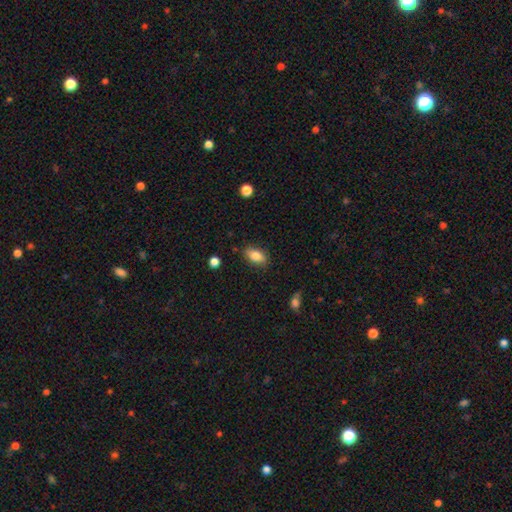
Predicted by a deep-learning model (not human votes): A smooth galaxy with no disk features (84%) that is in between round and cigar-shaped (89%).

Vote fractions:
- Smooth or featured? smooth: 84% / featured or disk: 8% / star or artifact: 8%
- How rounded? in between: 89% / round: 6% / cigar-shaped: 5%
- Merging? none: 84% / minor disturbance: 12% / major disturbance: 3% / merger: 2%